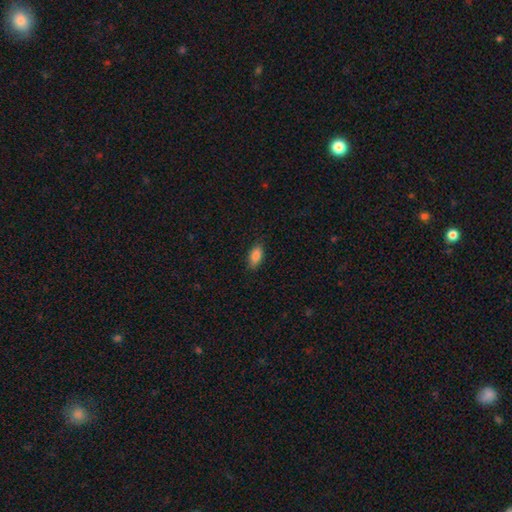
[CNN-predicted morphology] Smooth or featured? smooth (87%)
How rounded? in between (88%)
Merging? none (85%)